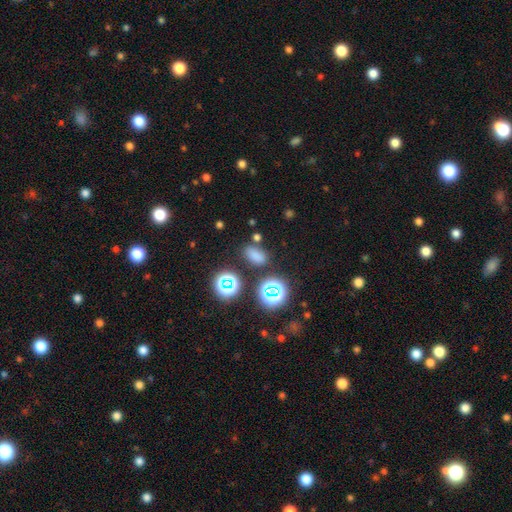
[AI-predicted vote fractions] Smooth or featured?
  - smooth: 73% *
  - star or artifact: 22%
  - featured or disk: 5%
How rounded?
  - in between: 82% *
  - round: 15%
  - cigar-shaped: 3%
Merging?
  - none: 76% *
  - minor disturbance: 13%
  - merger: 6%
  - major disturbance: 4%